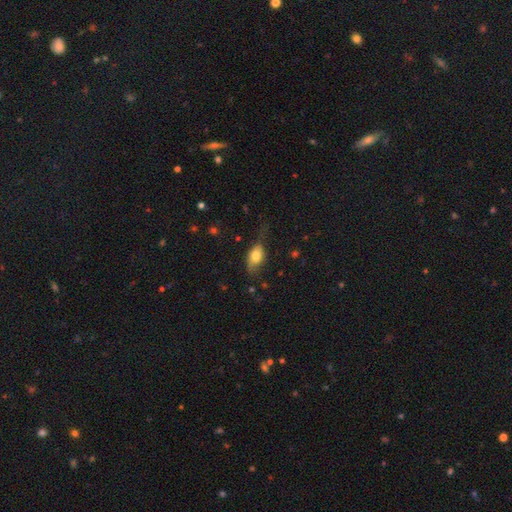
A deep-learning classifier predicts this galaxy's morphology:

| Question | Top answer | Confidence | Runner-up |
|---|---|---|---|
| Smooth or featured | smooth | 73% | featured or disk (19%) |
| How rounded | in between | 86% | round (9%) |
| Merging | none | 49% | minor disturbance (32%) |